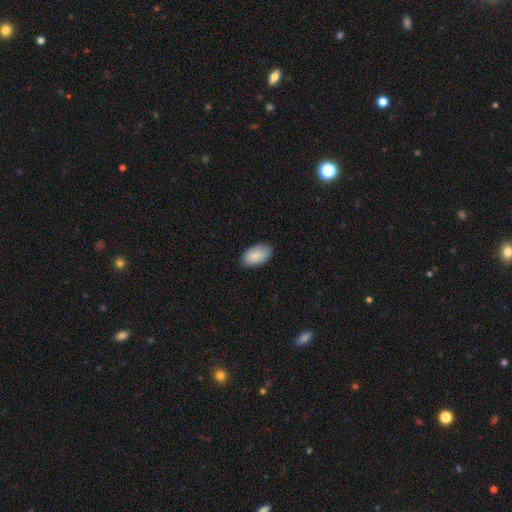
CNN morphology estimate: Smooth or featured?
  - smooth: 89% *
  - star or artifact: 6%
  - featured or disk: 5%
How rounded?
  - in between: 95% *
  - round: 3%
  - cigar-shaped: 2%
Merging?
  - none: 84% *
  - minor disturbance: 13%
  - major disturbance: 2%
  - merger: 1%